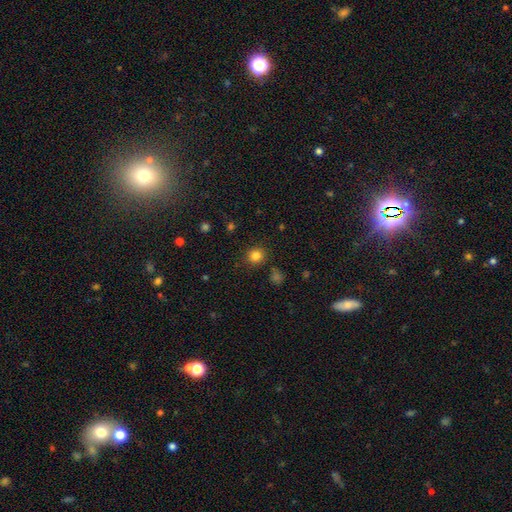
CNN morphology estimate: The model was most divided on "smooth or featured": smooth: 82%, star or artifact: 13%, featured or disk: 5%. More confident: merging — none (87%); how rounded — round (87%).